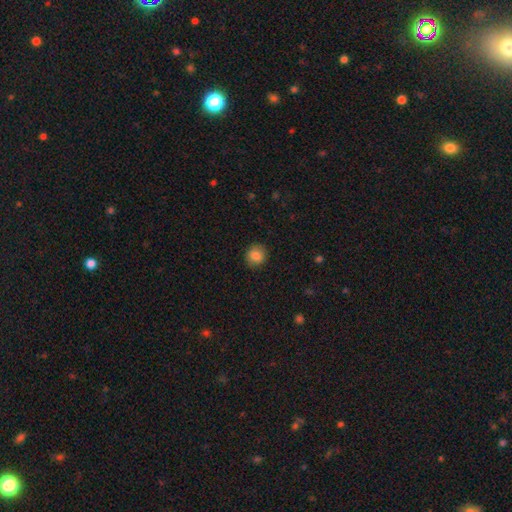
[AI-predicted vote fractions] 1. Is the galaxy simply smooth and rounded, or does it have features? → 84% smooth, 10% star or artifact, 6% featured or disk.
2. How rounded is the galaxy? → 88% round, 11% in between, 1% cigar-shaped.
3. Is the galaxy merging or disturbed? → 90% none, 7% minor disturbance, 2% major disturbance, 1% merger.